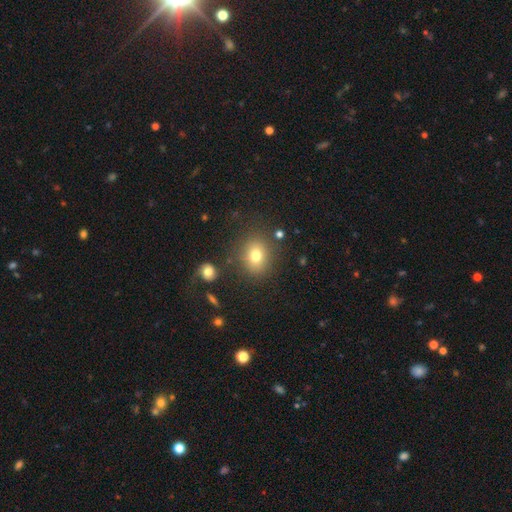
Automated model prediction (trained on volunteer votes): Smooth or featured?
  - smooth: 76% *
  - star or artifact: 13%
  - featured or disk: 11%
How rounded?
  - round: 60% *
  - in between: 39%
  - cigar-shaped: 1%
Merging?
  - none: 81% *
  - minor disturbance: 11%
  - major disturbance: 5%
  - merger: 4%